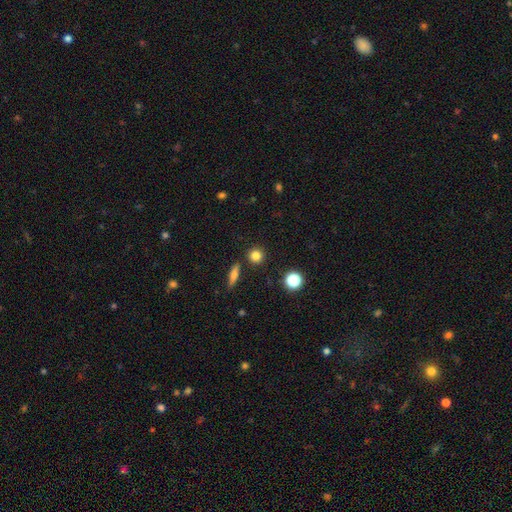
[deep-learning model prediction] Smooth or featured: smooth — 80% (star or artifact — 13%)
How rounded: round — 90% (in between — 8%)
Merging: none — 87% (minor disturbance — 7%)